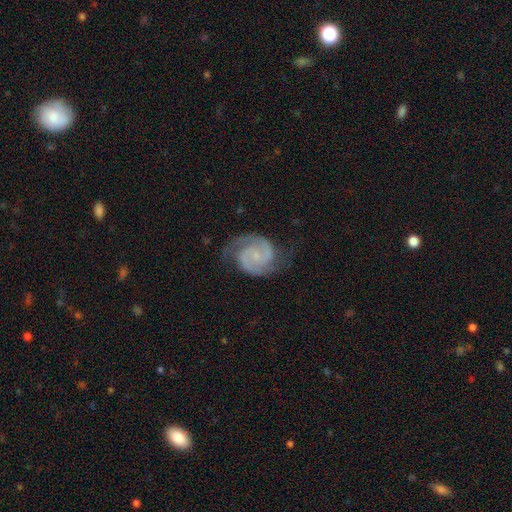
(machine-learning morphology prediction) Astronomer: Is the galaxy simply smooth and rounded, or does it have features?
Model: featured or disk — 91%.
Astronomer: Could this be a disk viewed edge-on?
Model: no — 98%.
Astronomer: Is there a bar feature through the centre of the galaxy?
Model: no — 57% (runner-up: weak, 35%).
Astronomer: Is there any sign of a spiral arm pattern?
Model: yes — 98%.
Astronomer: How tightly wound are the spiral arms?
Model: medium — 48% (runner-up: tight, 43%).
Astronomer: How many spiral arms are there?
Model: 2 — 93%.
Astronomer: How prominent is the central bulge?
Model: small — 64%.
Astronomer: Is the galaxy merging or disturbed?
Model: none — 76%.